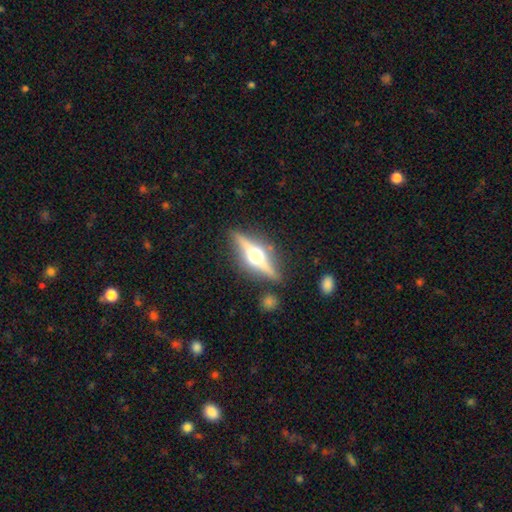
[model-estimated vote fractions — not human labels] Morphology: type=featured or disk (79%); edge-on=yes (97%); edge-on bulge=rounded (96%); merging=none (85%).